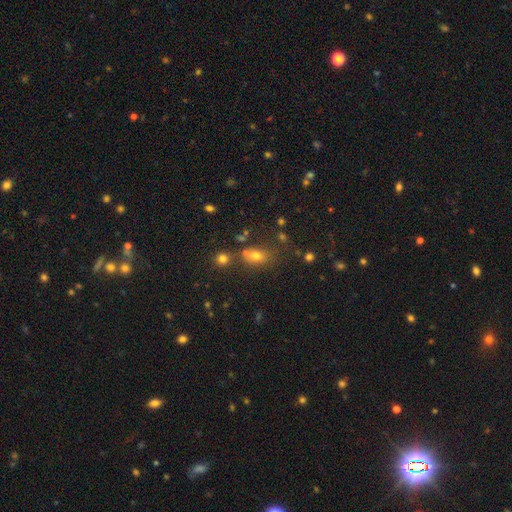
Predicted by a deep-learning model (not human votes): A smooth galaxy with no disk features (64%) that is in between round and cigar-shaped (60%).

Vote fractions:
- Smooth or featured? smooth: 64% / star or artifact: 24% / featured or disk: 12%
- How rounded? in between: 60% / round: 37% / cigar-shaped: 3%
- Merging? none: 60% / merger: 21% / minor disturbance: 14% / major disturbance: 6%